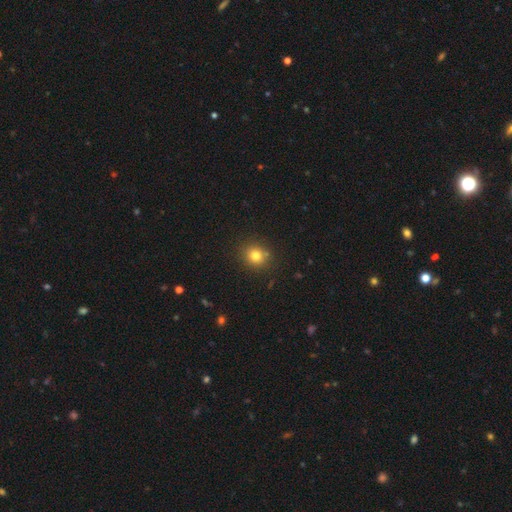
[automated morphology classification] type=smooth (79%); roundness=round (84%); merging=none (83%).